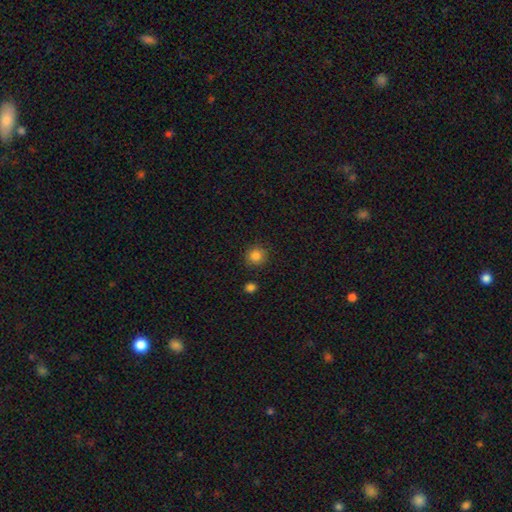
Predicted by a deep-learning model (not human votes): Smooth or featured? smooth (84%)
How rounded? round (92%)
Merging? none (88%)